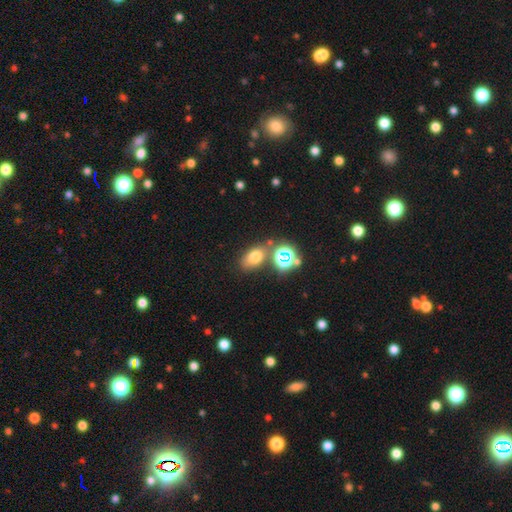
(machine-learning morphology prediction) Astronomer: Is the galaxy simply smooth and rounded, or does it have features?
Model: smooth — 67%.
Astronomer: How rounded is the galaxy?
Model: in between — 74%.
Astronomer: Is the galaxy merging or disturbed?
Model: none — 66%.